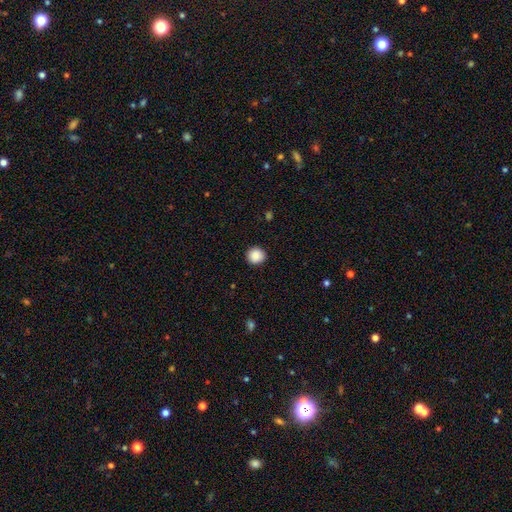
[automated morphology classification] A smooth galaxy with no disk features (89%) that is round (91%). Merging: none (91%).